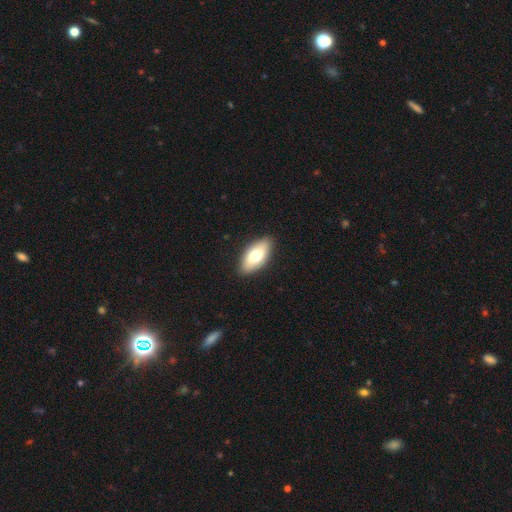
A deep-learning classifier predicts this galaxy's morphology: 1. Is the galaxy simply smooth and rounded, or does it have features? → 72% smooth, 22% featured or disk, 6% star or artifact.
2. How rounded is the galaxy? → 90% in between, 7% cigar-shaped, 3% round.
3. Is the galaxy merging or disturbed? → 88% none, 9% minor disturbance, 2% major disturbance, 1% merger.